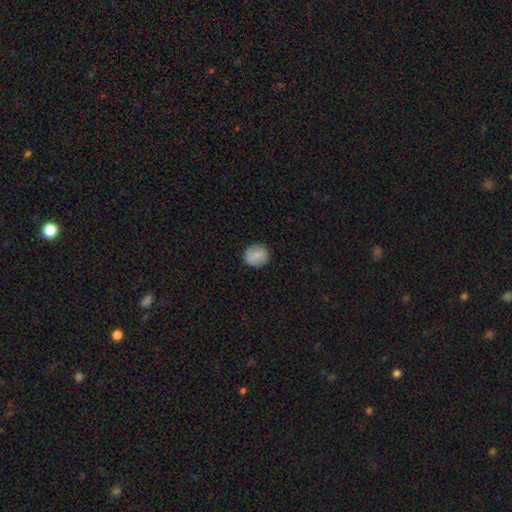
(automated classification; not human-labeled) Morphology: type=smooth (80%); roundness=round (87%); merging=none (87%).